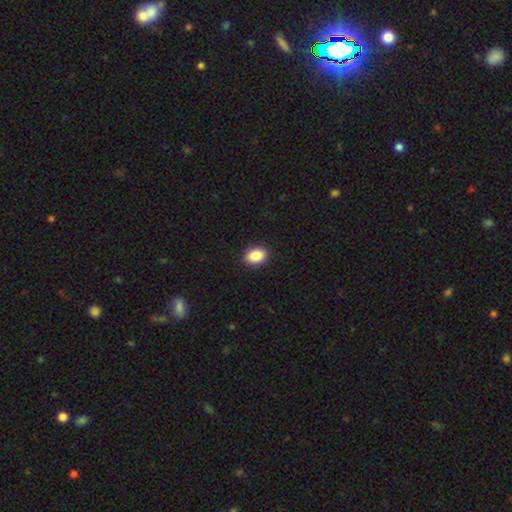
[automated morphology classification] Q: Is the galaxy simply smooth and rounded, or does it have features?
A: smooth — 89%.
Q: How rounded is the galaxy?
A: in between — 78%.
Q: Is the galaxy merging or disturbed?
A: none — 91%.